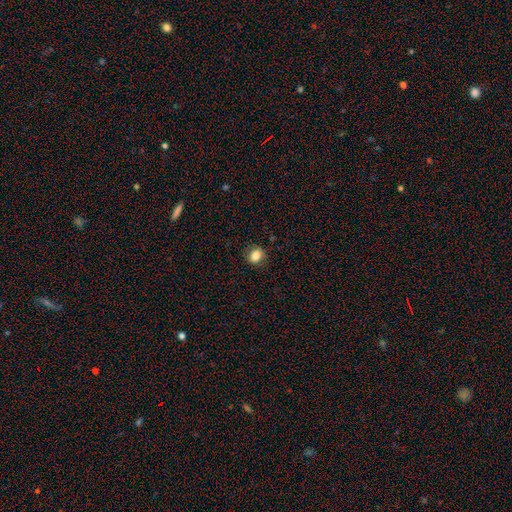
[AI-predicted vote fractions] Overall: smooth (84%). How rounded: round (51%; in between 48%). Merging: none (86%).